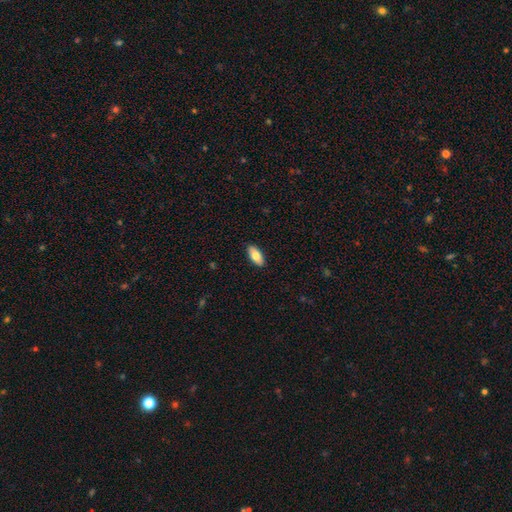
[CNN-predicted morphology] Smooth or featured? Predicted: smooth (p=0.79). How rounded? Predicted: in between (p=0.85). Merging? Predicted: none (p=0.90).